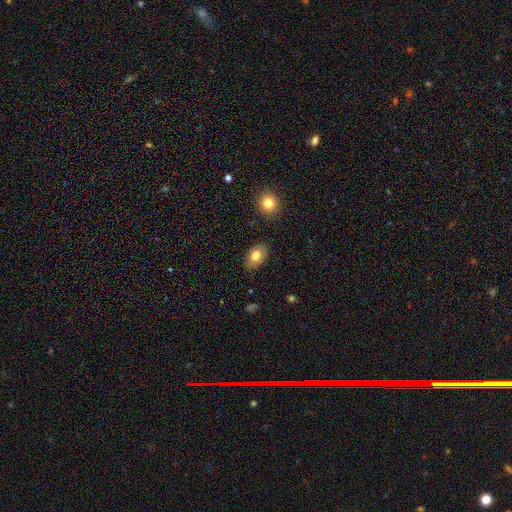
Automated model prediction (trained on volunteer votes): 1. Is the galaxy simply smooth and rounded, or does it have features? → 78% smooth, 15% featured or disk, 7% star or artifact.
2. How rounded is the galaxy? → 86% in between, 13% round, 1% cigar-shaped.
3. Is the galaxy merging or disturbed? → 84% none, 12% minor disturbance, 3% major disturbance, 2% merger.